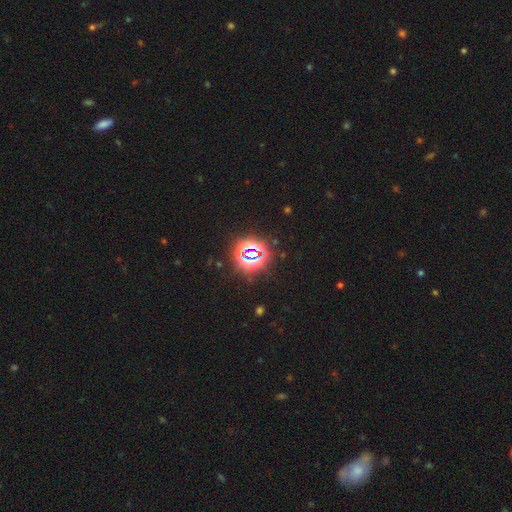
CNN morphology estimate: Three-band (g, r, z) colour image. It shows a star or artifact, not a galaxy (77%).